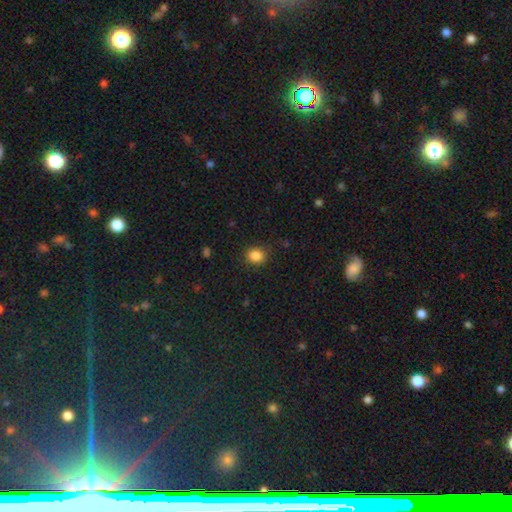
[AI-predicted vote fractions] Smooth or featured?
  - smooth: 85% *
  - star or artifact: 11%
  - featured or disk: 4%
How rounded?
  - round: 68% *
  - in between: 31%
  - cigar-shaped: 1%
Merging?
  - none: 86% *
  - minor disturbance: 10%
  - major disturbance: 3%
  - merger: 1%